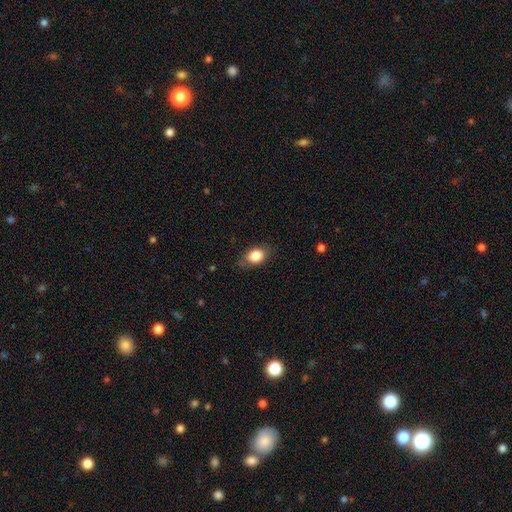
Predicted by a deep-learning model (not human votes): Q: Smooth or featured?
A: smooth (83%); runner-up: featured or disk (9%)
Q: How rounded?
A: in between (68%); runner-up: round (30%)
Q: Merging?
A: none (75%); runner-up: minor disturbance (19%)